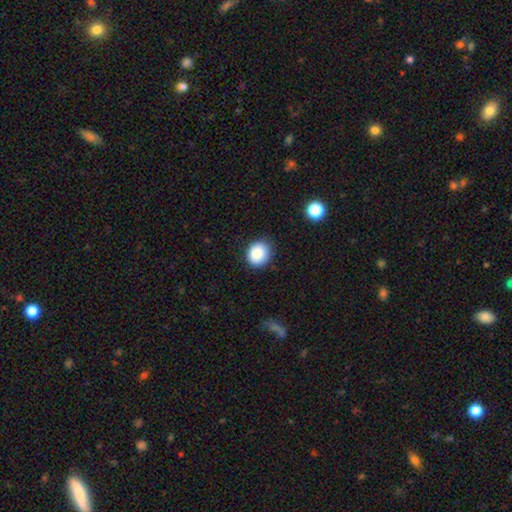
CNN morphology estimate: Smooth or featured?
  - smooth: 88% *
  - star or artifact: 9%
  - featured or disk: 4%
How rounded?
  - round: 71% *
  - in between: 28%
  - cigar-shaped: 1%
Merging?
  - none: 84% *
  - minor disturbance: 12%
  - major disturbance: 3%
  - merger: 1%